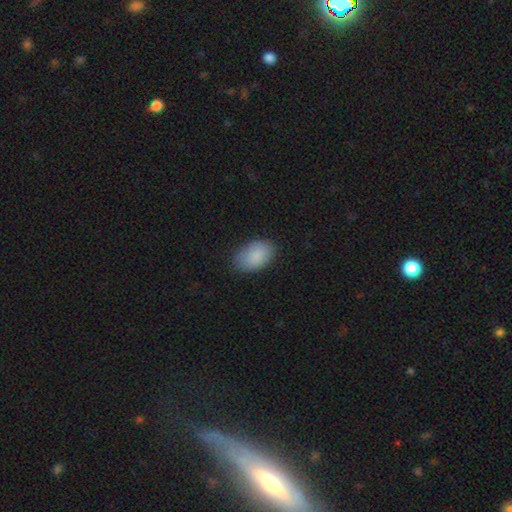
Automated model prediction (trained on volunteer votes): Smooth or featured? Predicted: smooth (p=0.88). How rounded? Predicted: in between (p=0.93). Merging? Predicted: none (p=0.80).